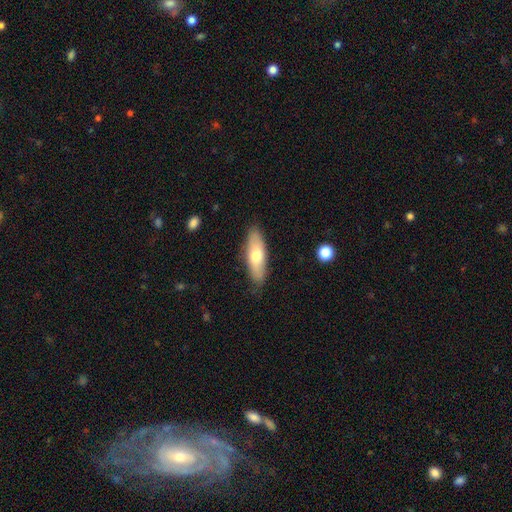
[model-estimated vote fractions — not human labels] A smooth galaxy with no disk features (65%) that is in between round and cigar-shaped (56%).

Vote fractions:
- Smooth or featured? smooth: 65% / featured or disk: 29% / star or artifact: 6%
- How rounded? in between: 56% / cigar-shaped: 42% / round: 2%
- Merging? none: 83% / minor disturbance: 13% / major disturbance: 2% / merger: 1%